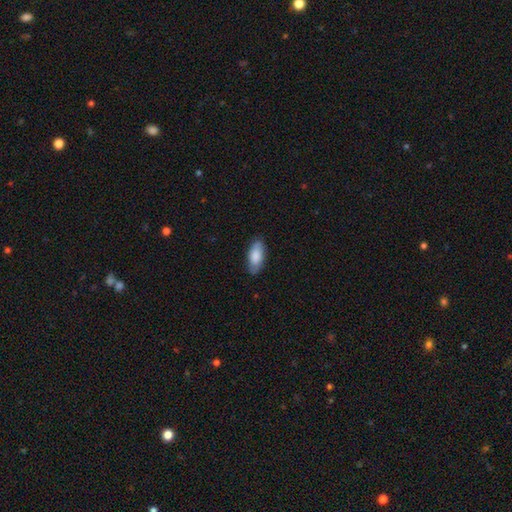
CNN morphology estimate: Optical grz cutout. It shows a smooth galaxy with no disk features (82%) that is in between round and cigar-shaped (89%). Merging: none (82%).